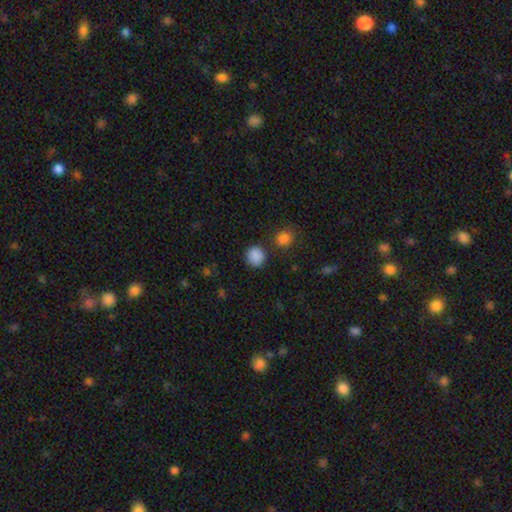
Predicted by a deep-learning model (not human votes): A smooth galaxy with no disk features (87%) that is round (89%).

Vote fractions:
- Smooth or featured? smooth: 87% / star or artifact: 10% / featured or disk: 3%
- How rounded? round: 89% / in between: 10% / cigar-shaped: 1%
- Merging? none: 82% / minor disturbance: 9% / merger: 6% / major disturbance: 3%